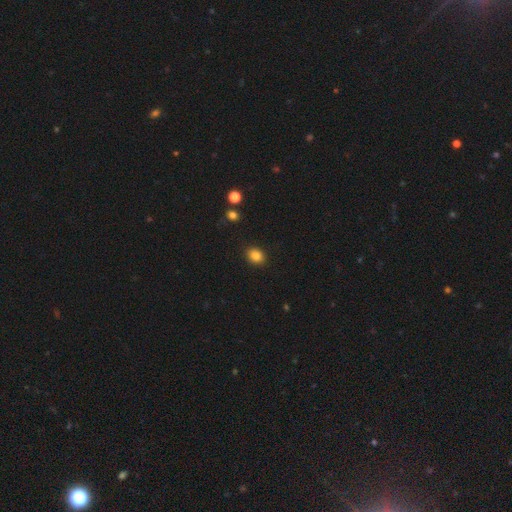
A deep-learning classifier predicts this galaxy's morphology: smooth_or_featured: smooth (p=0.85) [alt: star or artifact p=0.11]
how_rounded: round (p=0.52) [alt: in between p=0.47]
merging: none (p=0.89) [alt: minor disturbance p=0.07]